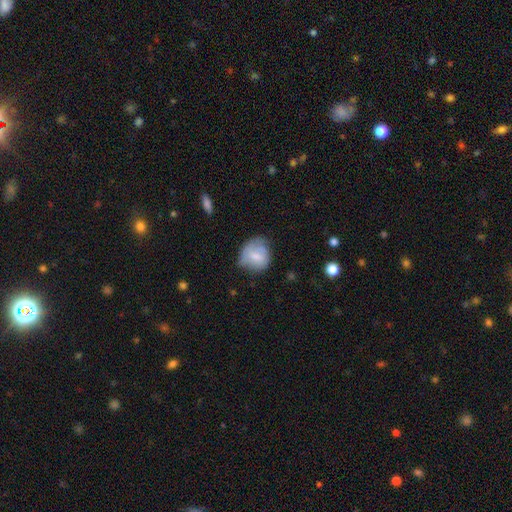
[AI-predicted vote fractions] A smooth galaxy with no disk features (67%) that is round (73%).

Vote fractions:
- Smooth or featured? smooth: 67% / featured or disk: 26% / star or artifact: 7%
- How rounded? round: 73% / in between: 26% / cigar-shaped: 1%
- Merging? none: 50% / minor disturbance: 35% / major disturbance: 12% / merger: 2%